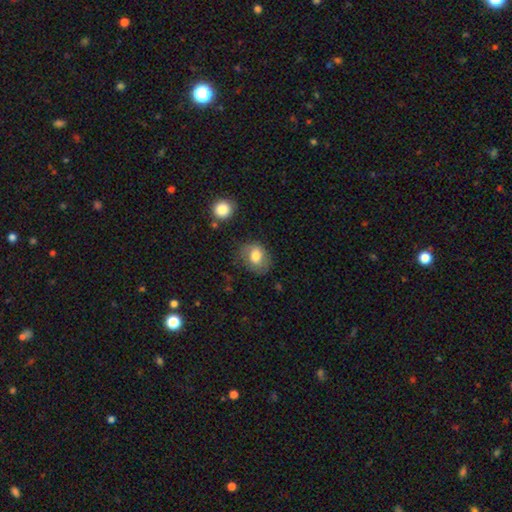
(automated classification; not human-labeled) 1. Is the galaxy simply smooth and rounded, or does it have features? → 69% smooth, 24% featured or disk, 8% star or artifact.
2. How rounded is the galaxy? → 50% round, 49% in between, 1% cigar-shaped.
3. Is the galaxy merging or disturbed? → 68% none, 21% minor disturbance, 9% major disturbance, 2% merger.